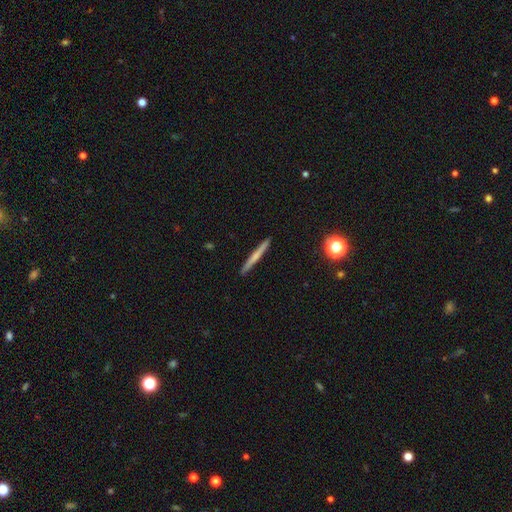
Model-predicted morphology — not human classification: Smooth or featured? smooth (48%)
Merging? none (92%)